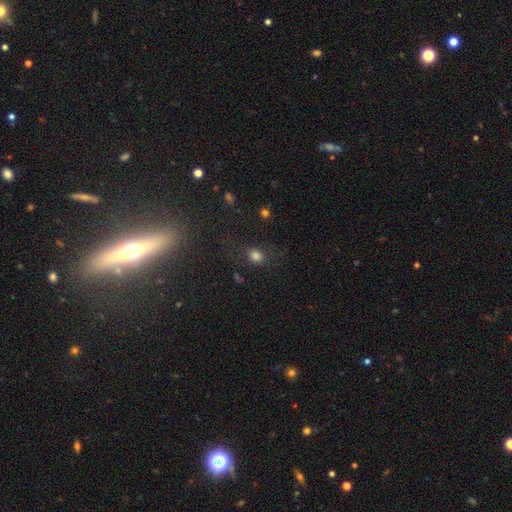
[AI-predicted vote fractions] Smooth or featured? smooth (78%)
How rounded? in between (55%)
Merging? none (72%)